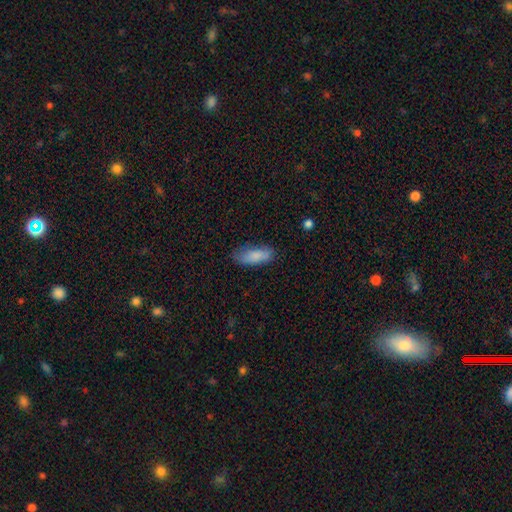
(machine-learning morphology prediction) A smooth galaxy with no disk features (83%) that is in between round and cigar-shaped (74%).

Vote fractions:
- Smooth or featured? smooth: 83% / featured or disk: 11% / star or artifact: 6%
- How rounded? in between: 74% / cigar-shaped: 25% / round: 2%
- Merging? none: 69% / minor disturbance: 24% / major disturbance: 6% / merger: 2%